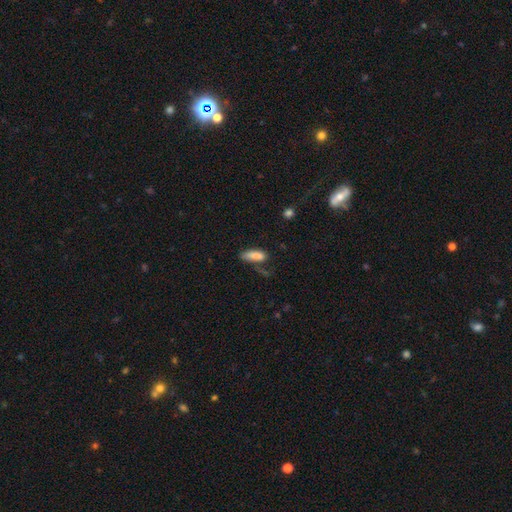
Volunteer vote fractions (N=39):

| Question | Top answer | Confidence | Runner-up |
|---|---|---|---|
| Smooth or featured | smooth | 90% | featured or disk (5%) |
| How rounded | in between | 60% | cigar-shaped (40%) |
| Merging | none | 57% | minor disturbance (27%) |